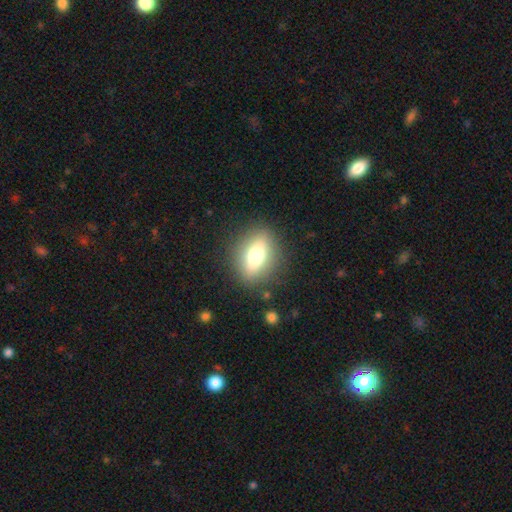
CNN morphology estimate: Smooth or featured?
  - smooth: 58% *
  - featured or disk: 32%
  - star or artifact: 10%
How rounded?
  - in between: 61% *
  - round: 31%
  - cigar-shaped: 9%
Merging?
  - none: 85% *
  - minor disturbance: 9%
  - major disturbance: 4%
  - merger: 2%